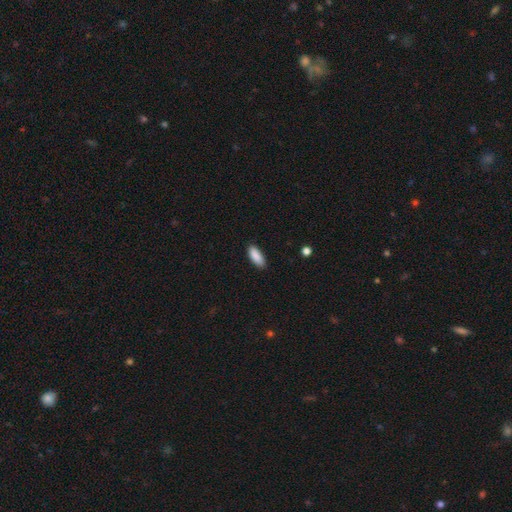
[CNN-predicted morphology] Smooth or featured? smooth (90%)
How rounded? in between (79%)
Merging? none (87%)